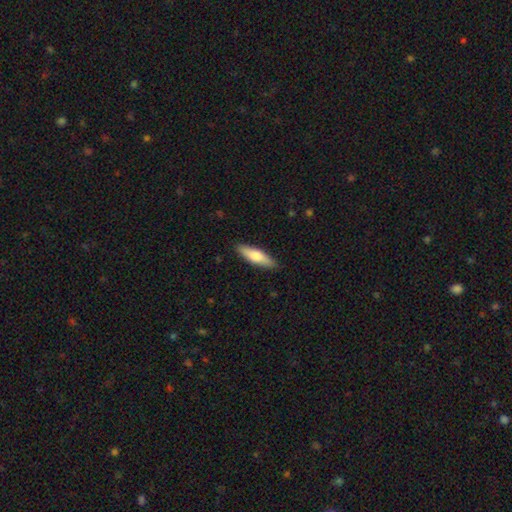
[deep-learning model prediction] A smooth galaxy with no disk features (68%) that is cigar-shaped (63%).

Vote fractions:
- Smooth or featured? smooth: 68% / featured or disk: 27% / star or artifact: 5%
- How rounded? cigar-shaped: 63% / in between: 35% / round: 2%
- Merging? none: 89% / minor disturbance: 8% / major disturbance: 2% / merger: 1%